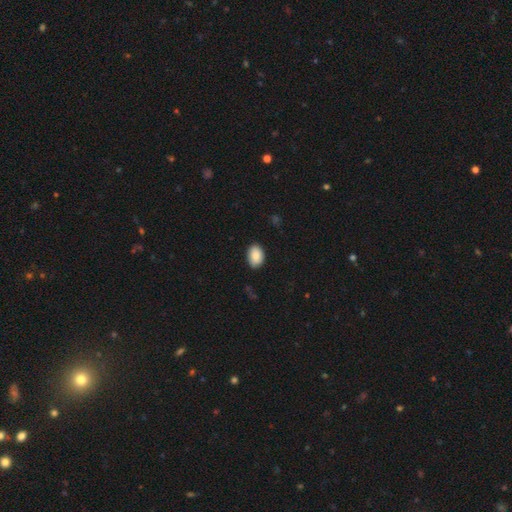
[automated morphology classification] Q: Smooth or featured?
A: smooth (88%); runner-up: star or artifact (7%)
Q: How rounded?
A: in between (85%); runner-up: round (14%)
Q: Merging?
A: none (87%); runner-up: minor disturbance (10%)